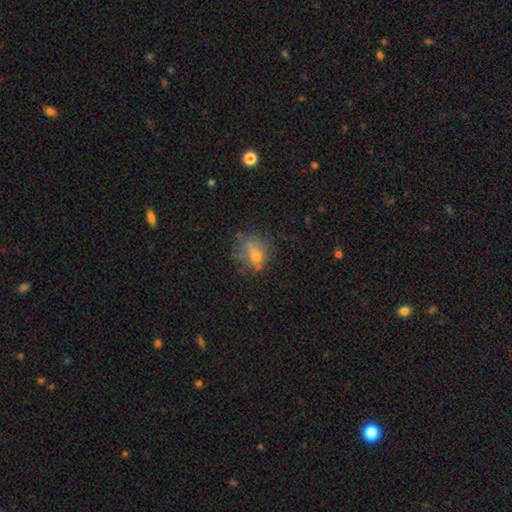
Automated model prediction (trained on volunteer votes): smooth 54%, featured or disk 29%, star or artifact 18%. Down the decision tree: how rounded — round (57%); merging — none (48%).